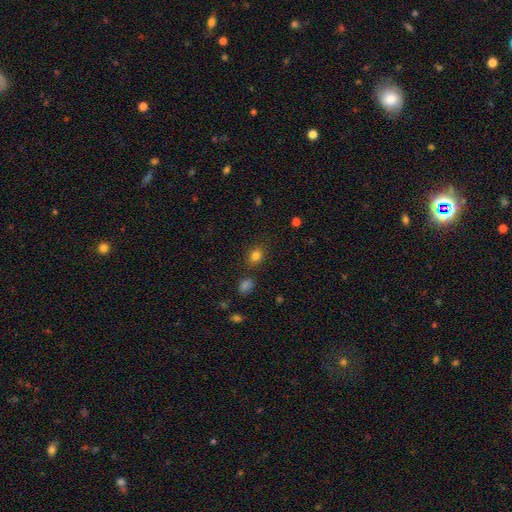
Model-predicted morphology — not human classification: Q: Smooth or featured?
A: smooth (80%); runner-up: star or artifact (14%)
Q: How rounded?
A: in between (50%); runner-up: round (48%)
Q: Merging?
A: none (79%); runner-up: minor disturbance (12%)